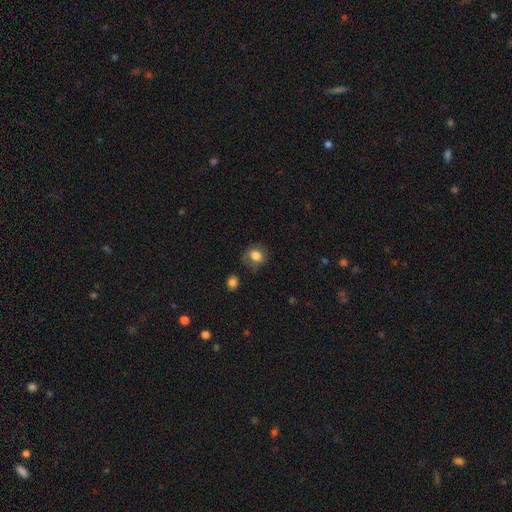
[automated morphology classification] smooth 80%, featured or disk 11%, star or artifact 9%. Down the decision tree: how rounded — round (65%); merging — none (66%).